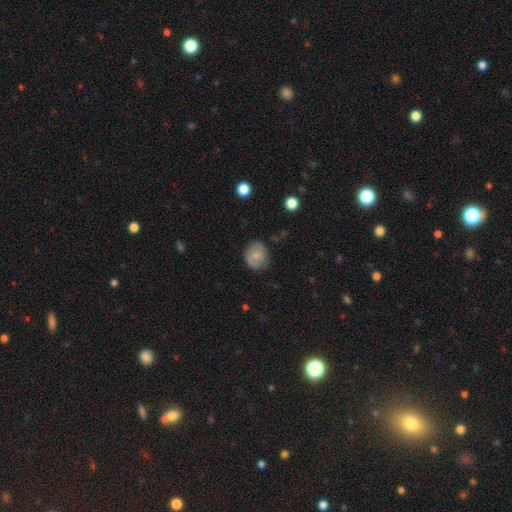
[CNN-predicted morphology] smooth_or_featured: smooth (p=0.69) [alt: featured or disk p=0.23]
how_rounded: round (p=0.64) [alt: in between p=0.35]
merging: none (p=0.70) [alt: minor disturbance p=0.23]